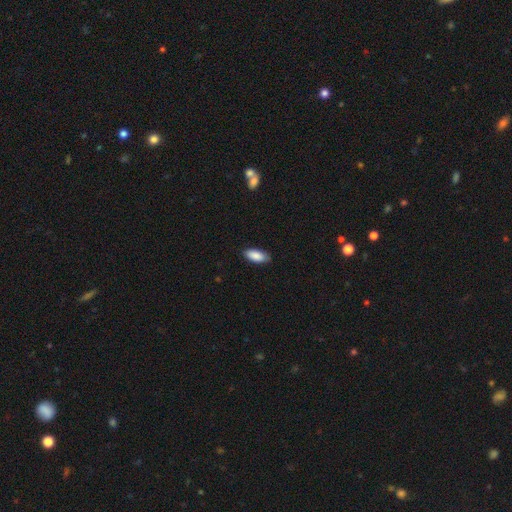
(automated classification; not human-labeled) Smooth or featured? smooth (89%)
How rounded? in between (86%)
Merging? none (84%)